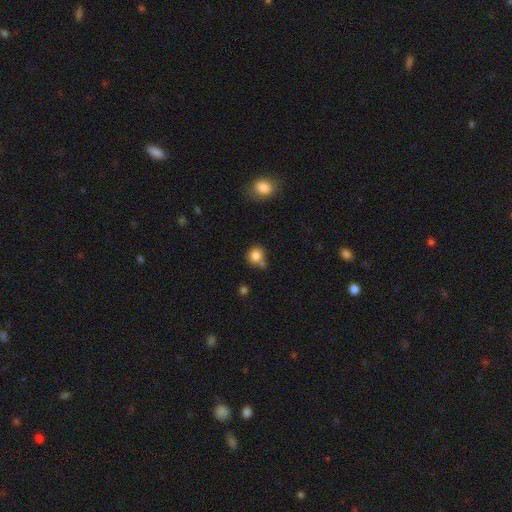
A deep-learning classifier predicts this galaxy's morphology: type=smooth (84%); roundness=round (88%); merging=none (65%).